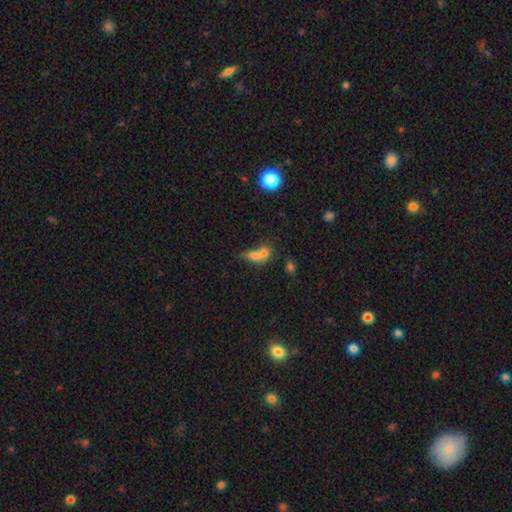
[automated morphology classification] smooth 67%, featured or disk 20%, star or artifact 13%. Down the decision tree: how rounded — in between (64%); merging — merger (69%).